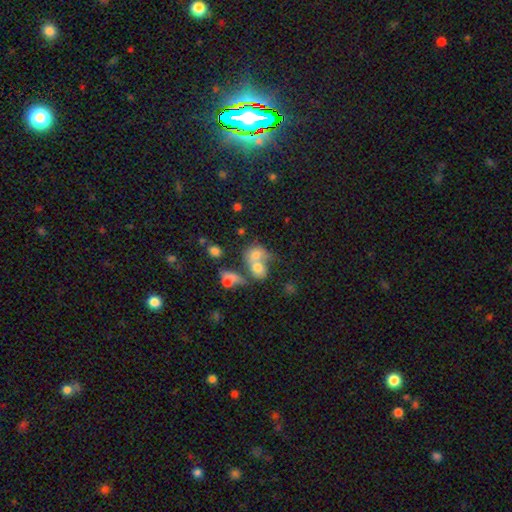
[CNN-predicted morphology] smooth_or_featured: smooth (p=0.68) [alt: featured or disk p=0.20]
how_rounded: in between (p=0.50) [alt: round p=0.49]
merging: merger (p=0.70) [alt: none p=0.18]